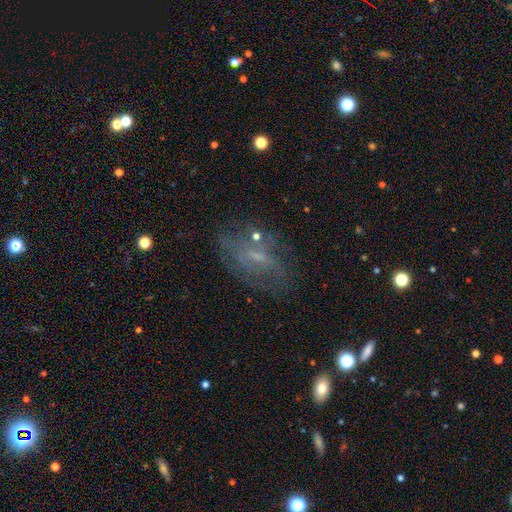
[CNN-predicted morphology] Q: Smooth or featured?
A: featured or disk (56%); runner-up: smooth (28%)
Q: Edge-on disk?
A: no (90%); runner-up: yes (10%)
Q: Bar?
A: weak (44%); runner-up: no (41%)
Q: Spiral arms?
A: yes (52%); runner-up: no (48%)
Q: Bulge size?
A: small (51%); runner-up: none (23%)
Q: Merging?
A: none (58%); runner-up: minor disturbance (20%)